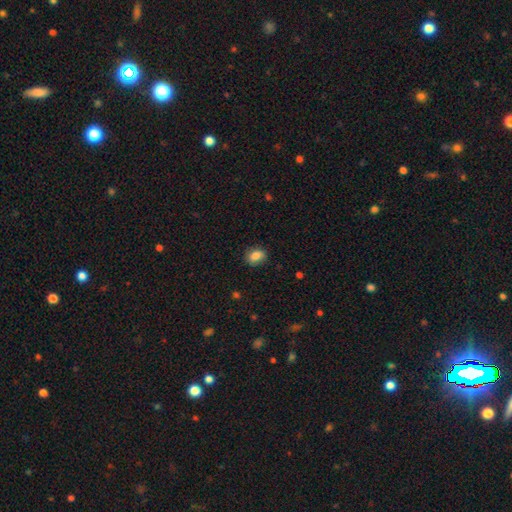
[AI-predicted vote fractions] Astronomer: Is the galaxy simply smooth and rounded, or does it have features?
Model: smooth — 82%.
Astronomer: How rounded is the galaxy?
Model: in between — 57% (runner-up: round, 42%).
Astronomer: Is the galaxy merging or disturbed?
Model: none — 82%.